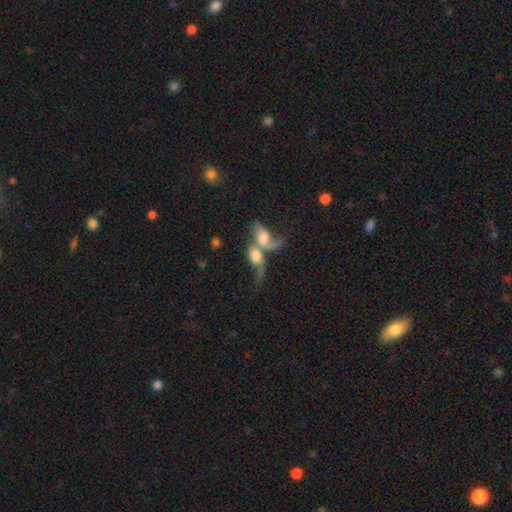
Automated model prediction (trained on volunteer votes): Morphology: type=featured or disk (46%); merging=merger (79%).